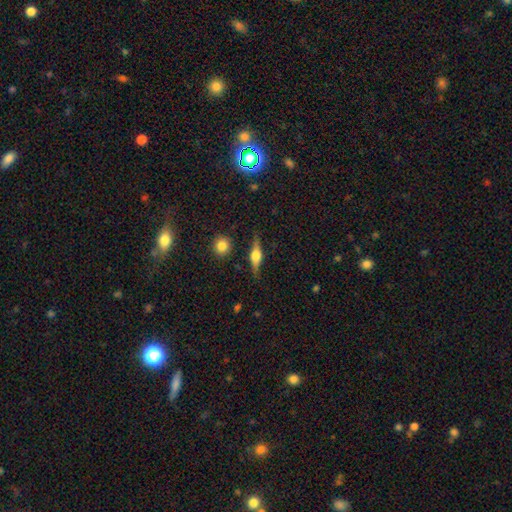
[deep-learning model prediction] A featured or disk galaxy (65%) viewed edge-on (96%) with a rounded central bulge (90%).

Vote fractions:
- Smooth or featured? featured or disk: 65% / smooth: 28% / star or artifact: 7%
- Edge-on disk? yes: 96% / no: 4%
- Edge-on bulge? rounded: 90% / boxy: 8% / none: 2%
- Merging? none: 84% / minor disturbance: 11% / major disturbance: 3% / merger: 2%